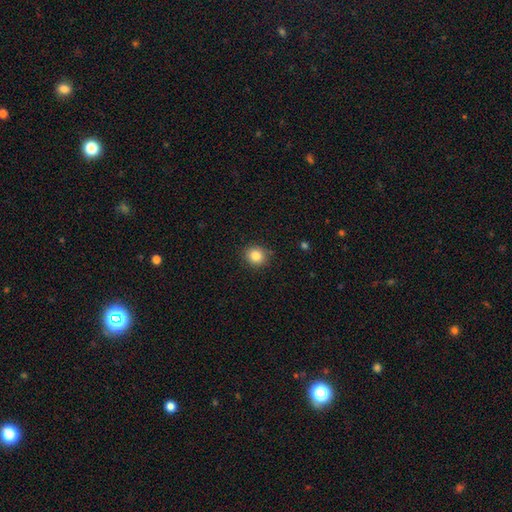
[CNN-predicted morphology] Q: Smooth or featured?
A: smooth (84%); runner-up: star or artifact (10%)
Q: How rounded?
A: round (85%); runner-up: in between (14%)
Q: Merging?
A: none (88%); runner-up: minor disturbance (9%)